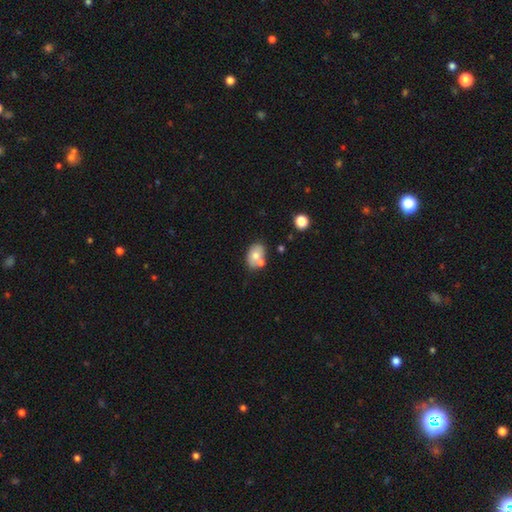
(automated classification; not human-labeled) Smooth or featured: smooth — 68% (featured or disk — 23%)
How rounded: in between — 79% (round — 19%)
Merging: none — 56% (merger — 25%)